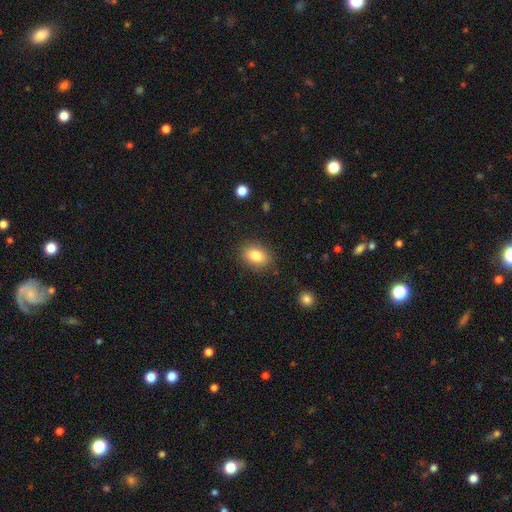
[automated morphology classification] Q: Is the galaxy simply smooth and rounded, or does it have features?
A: smooth — 84%.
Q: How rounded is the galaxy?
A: in between — 80%.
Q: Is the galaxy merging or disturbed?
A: none — 86%.